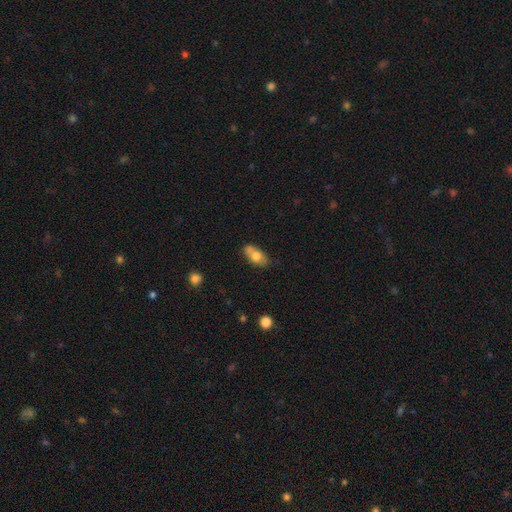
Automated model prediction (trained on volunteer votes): Morphology: type=smooth (70%); roundness=in between (87%); merging=none (55%).